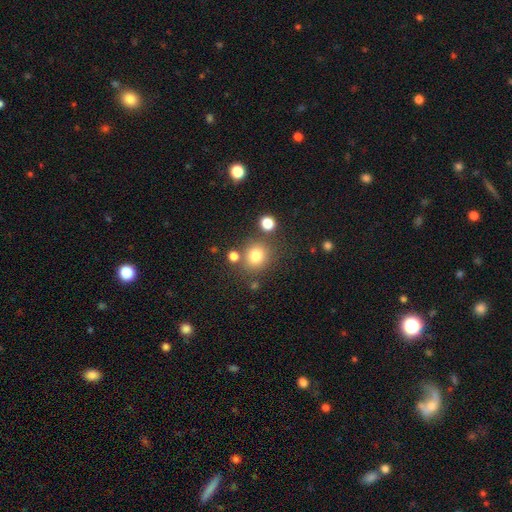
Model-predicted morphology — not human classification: smooth_or_featured: smooth (p=0.78) [alt: star or artifact p=0.14]
how_rounded: round (p=0.86) [alt: in between p=0.13]
merging: none (p=0.75) [alt: merger p=0.10]